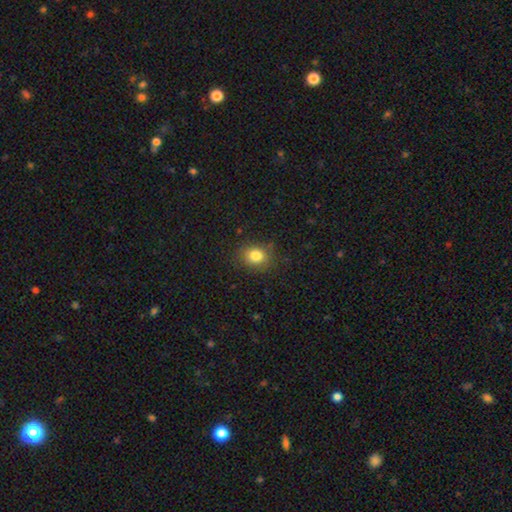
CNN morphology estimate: The model was most divided on "how rounded": round: 60%, in between: 39%, cigar-shaped: 1%. More confident: merging — none (83%); smooth or featured — smooth (82%).